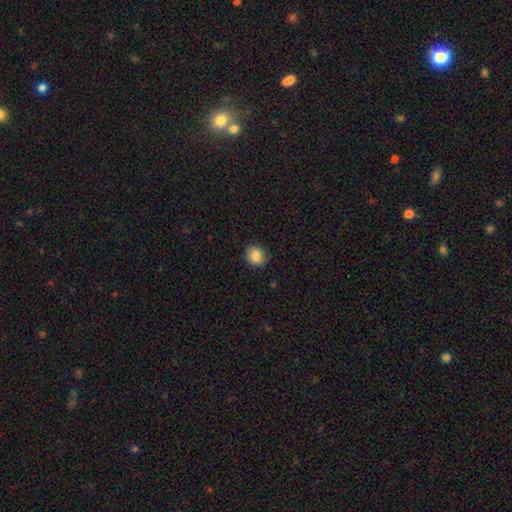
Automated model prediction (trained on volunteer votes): Overall: smooth (85%). How rounded: round (71%). Merging: none (85%).